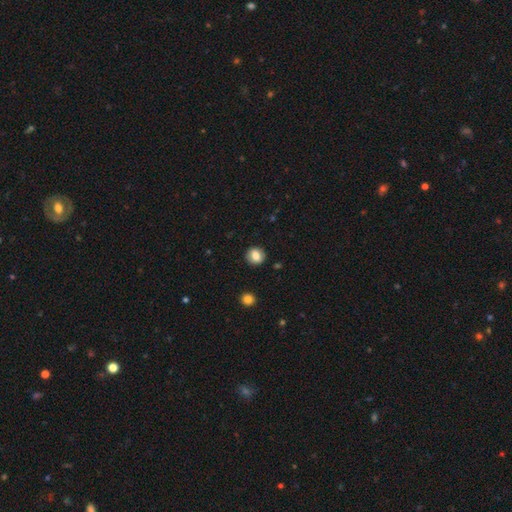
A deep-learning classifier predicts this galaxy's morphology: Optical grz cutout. It shows a smooth galaxy with no disk features (81%) that is round (83%). Merging: none (89%).